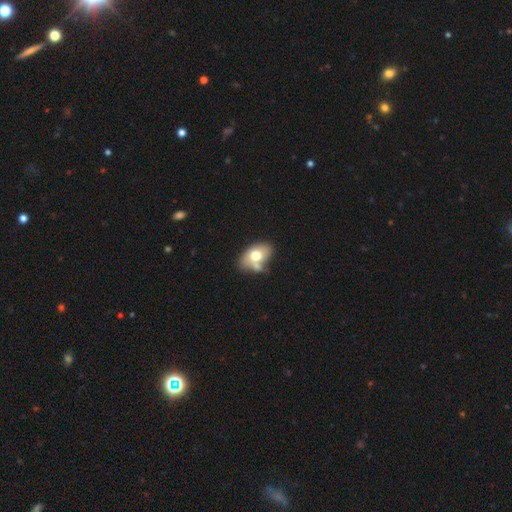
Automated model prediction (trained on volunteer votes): smooth_or_featured: smooth (p=0.69) [alt: featured or disk p=0.23]
how_rounded: in between (p=0.83) [alt: round p=0.15]
merging: none (p=0.39) [alt: merger p=0.28]